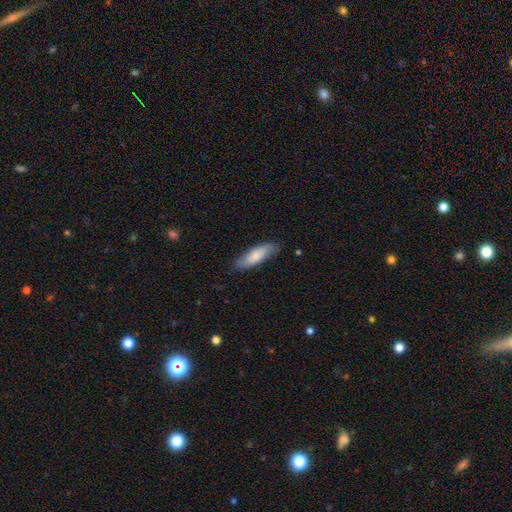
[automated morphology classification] Smooth or featured: smooth — 79% (featured or disk — 15%)
How rounded: cigar-shaped — 55% (in between — 44%)
Merging: none — 82% (minor disturbance — 14%)